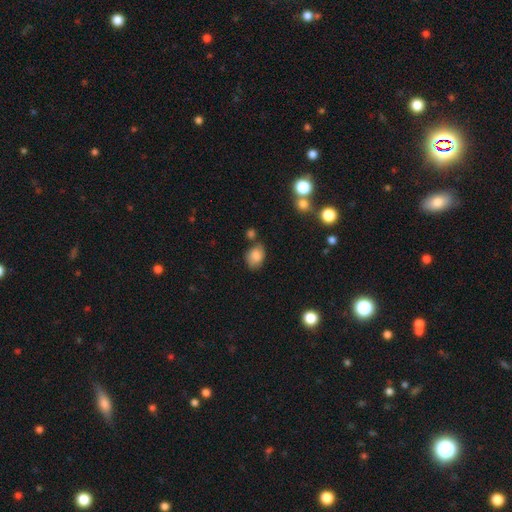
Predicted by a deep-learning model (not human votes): The model was most divided on "merging": none: 63%, minor disturbance: 22%, merger: 10%, major disturbance: 6%. More confident: smooth or featured — smooth (83%); how rounded — in between (72%).